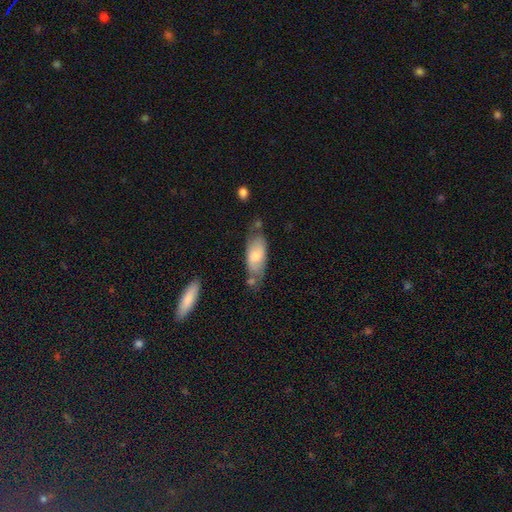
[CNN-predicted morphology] The model was most divided on "merging": none: 55%, minor disturbance: 25%, merger: 13%, major disturbance: 7%. More confident: how rounded — in between (81%); smooth or featured — smooth (64%).